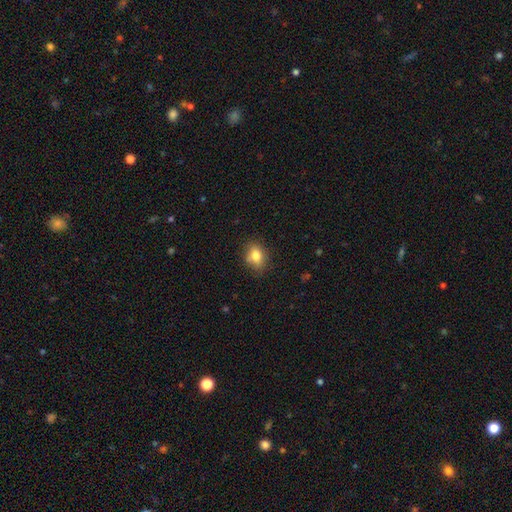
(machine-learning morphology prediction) A smooth galaxy with no disk features (77%) that is in between round and cigar-shaped (65%).

Vote fractions:
- Smooth or featured? smooth: 77% / featured or disk: 14% / star or artifact: 10%
- How rounded? in between: 65% / round: 33% / cigar-shaped: 2%
- Merging? none: 72% / minor disturbance: 21% / major disturbance: 5% / merger: 2%